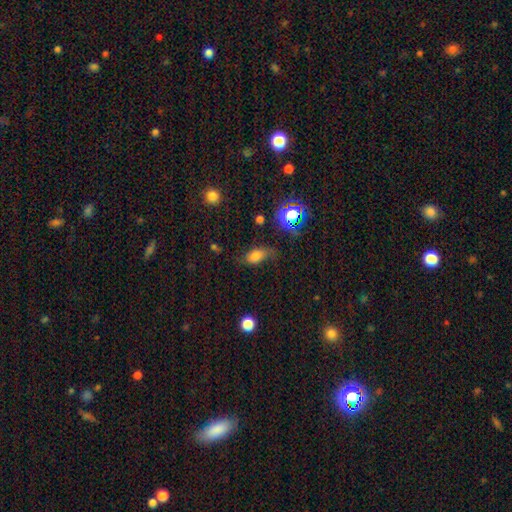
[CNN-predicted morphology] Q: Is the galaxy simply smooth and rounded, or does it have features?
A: smooth — 69%.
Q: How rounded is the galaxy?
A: in between — 84%.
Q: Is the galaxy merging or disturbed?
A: none — 57%.